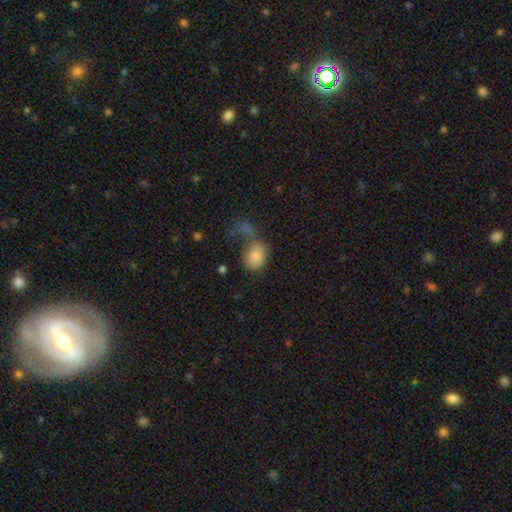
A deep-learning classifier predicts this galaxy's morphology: smooth-or-featured: smooth: 80% | featured or disk: 11% | star or artifact: 9%
  how-rounded: in between: 66% | round: 33% | cigar-shaped: 1%
  merging: major disturbance: 32% | none: 29% | merger: 22% | minor disturbance: 17%